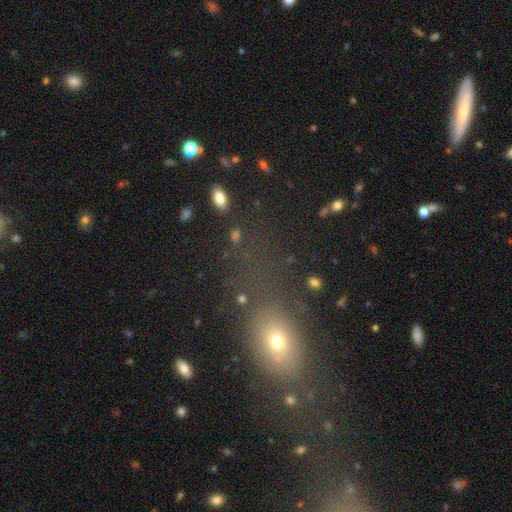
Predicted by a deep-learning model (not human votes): Smooth or featured: smooth — 53% (star or artifact — 32%)
How rounded: in between — 56% (round — 29%)
Merging: none — 68% (minor disturbance — 13%)